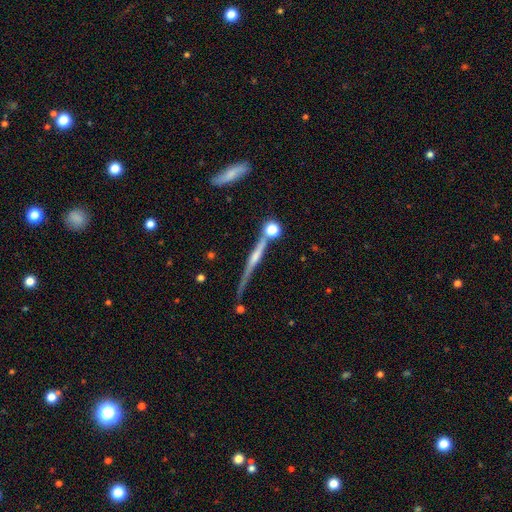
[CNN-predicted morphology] This appears to be a featured or disk galaxy (77%) viewed edge-on (97%) with a rounded central bulge (76%). Merging: none (78%).